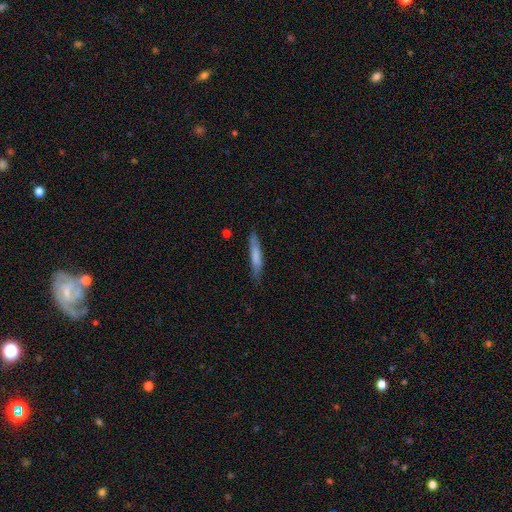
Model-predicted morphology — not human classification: Overall: smooth (69%). How rounded: cigar-shaped (91%). Merging: none (80%).